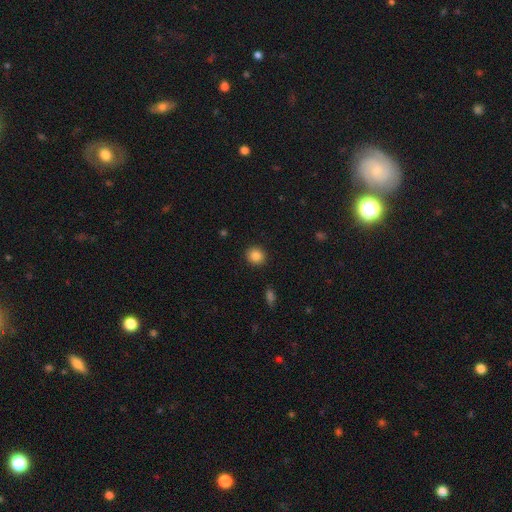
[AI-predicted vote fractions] The model was most divided on "how rounded": round: 86%, in between: 13%, cigar-shaped: 1%. More confident: merging — none (92%); smooth or featured — smooth (86%).